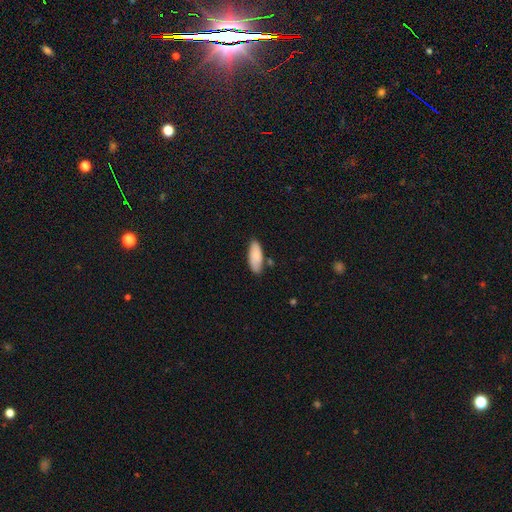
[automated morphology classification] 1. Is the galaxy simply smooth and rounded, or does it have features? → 82% smooth, 12% featured or disk, 6% star or artifact.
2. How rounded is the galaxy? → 78% in between, 20% cigar-shaped, 2% round.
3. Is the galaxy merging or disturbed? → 78% none, 16% minor disturbance, 4% merger, 3% major disturbance.